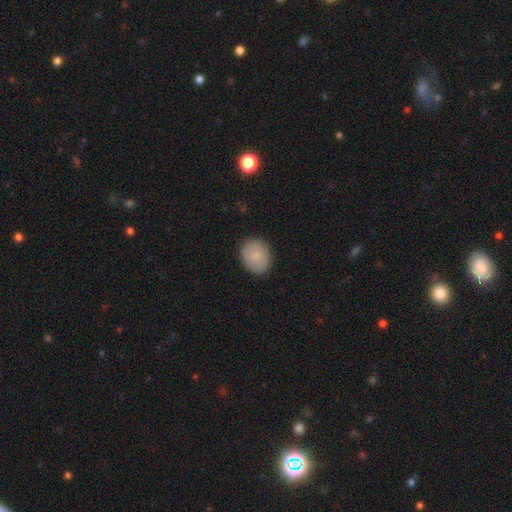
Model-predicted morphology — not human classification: Smooth or featured? smooth (85%)
How rounded? round (52%)
Merging? none (87%)